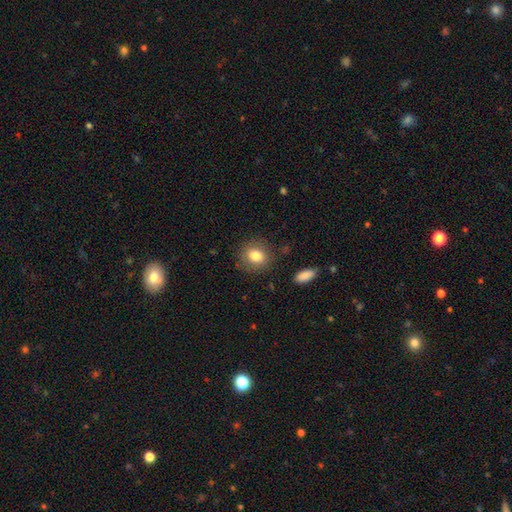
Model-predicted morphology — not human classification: Smooth or featured?
  - smooth: 81% *
  - featured or disk: 10%
  - star or artifact: 9%
How rounded?
  - round: 70% *
  - in between: 28%
  - cigar-shaped: 1%
Merging?
  - none: 84% *
  - minor disturbance: 10%
  - major disturbance: 3%
  - merger: 2%